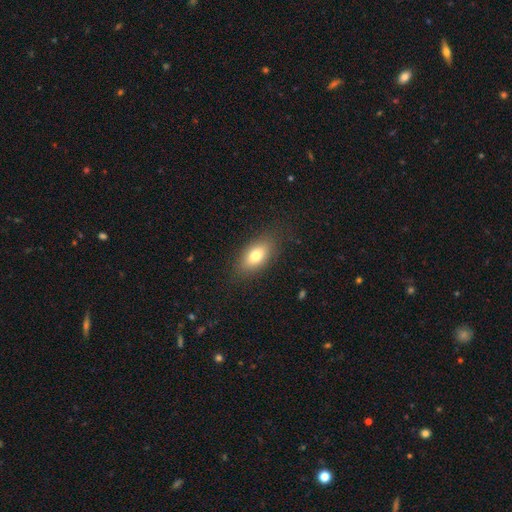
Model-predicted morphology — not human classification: smooth_or_featured: smooth (p=0.77) [alt: featured or disk p=0.14]
how_rounded: in between (p=0.88) [alt: round p=0.07]
merging: none (p=0.83) [alt: minor disturbance p=0.12]